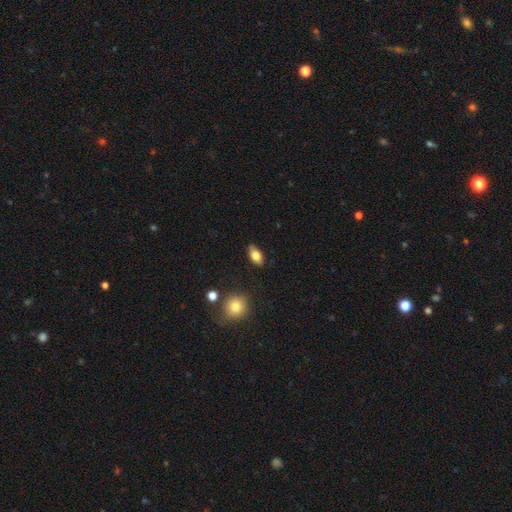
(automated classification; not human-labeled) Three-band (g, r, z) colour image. It shows a smooth galaxy with no disk features (75%) that is in between round and cigar-shaped (88%). Merging: none (84%).